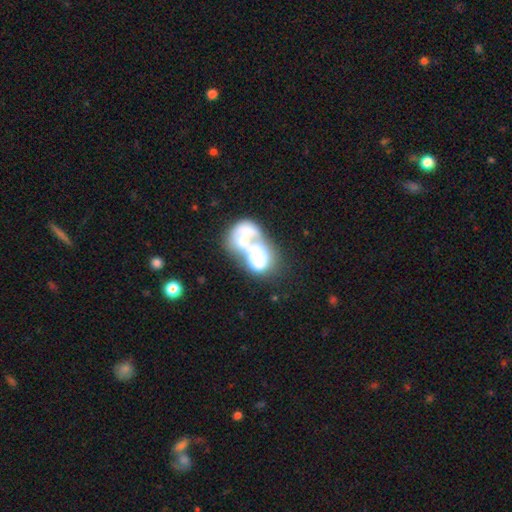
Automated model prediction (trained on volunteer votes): Smooth or featured: featured or disk — 49% (smooth — 41%)
Merging: merger — 73% (major disturbance — 13%)